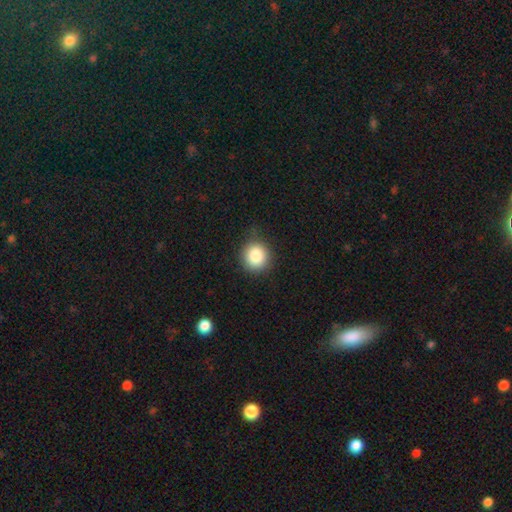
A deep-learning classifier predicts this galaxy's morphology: Smooth or featured? Predicted: smooth (p=0.85). How rounded? Predicted: round (p=0.90). Merging? Predicted: none (p=0.82).